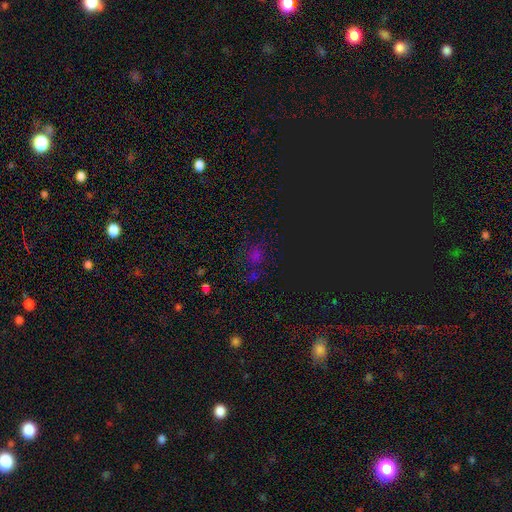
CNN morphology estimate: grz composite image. It shows a star or artifact, not a galaxy (53%).